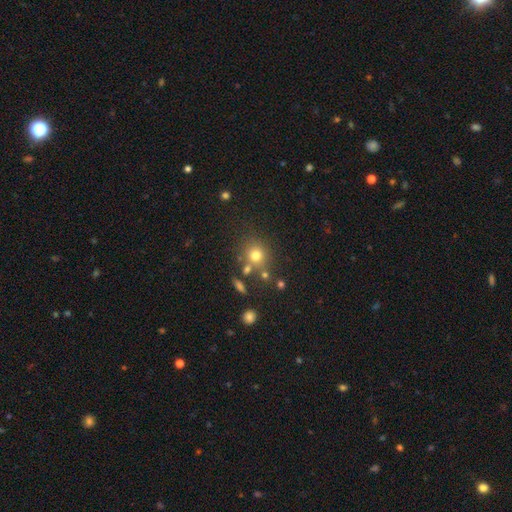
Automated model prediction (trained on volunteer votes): Overall: smooth (75%). How rounded: round (85%). Merging: none (68%).